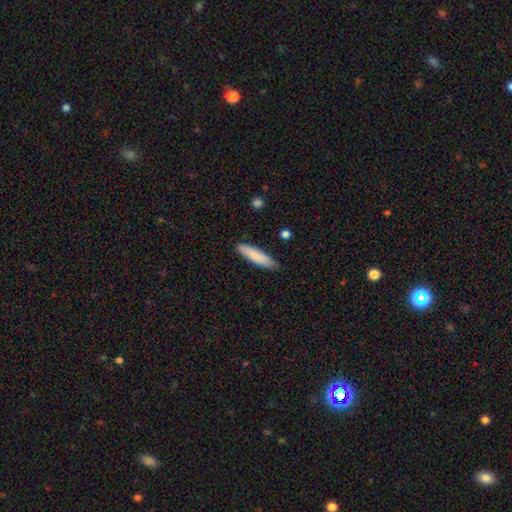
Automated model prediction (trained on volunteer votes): smooth 84%, featured or disk 10%, star or artifact 6%. Down the decision tree: how rounded — cigar-shaped (77%); merging — none (86%).